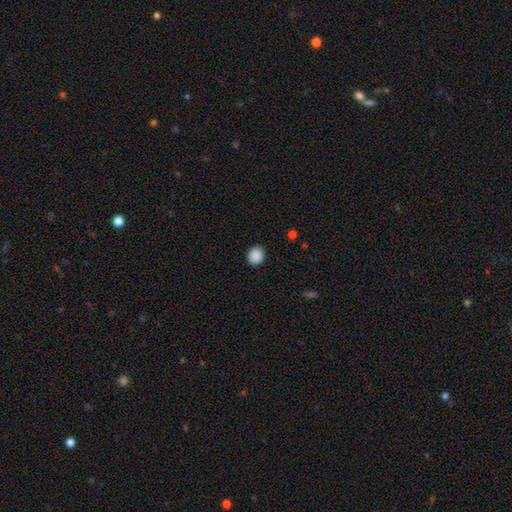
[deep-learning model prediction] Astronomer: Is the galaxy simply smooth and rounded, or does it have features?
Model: smooth — 89%.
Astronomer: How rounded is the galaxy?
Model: round — 65%.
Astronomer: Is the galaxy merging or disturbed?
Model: none — 88%.